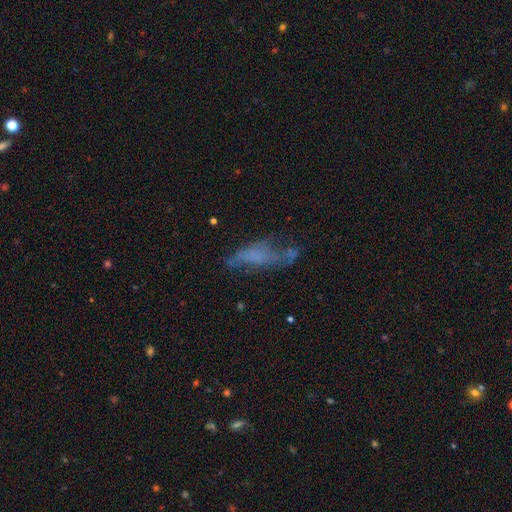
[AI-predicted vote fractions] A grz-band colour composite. It shows a featured or disk galaxy (46%). Merging: none (36%).